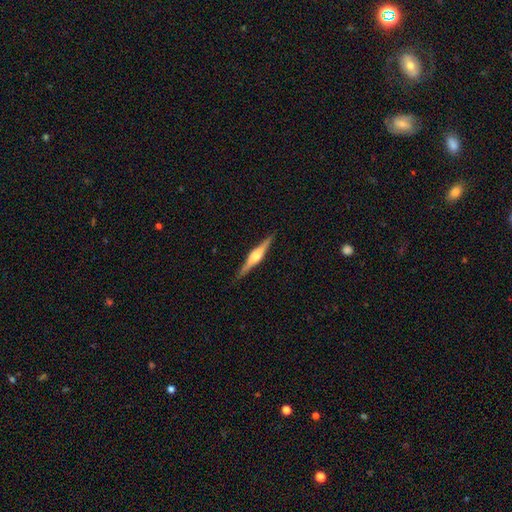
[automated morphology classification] This appears to be a featured or disk galaxy (76%) viewed edge-on (98%) with a rounded central bulge (89%). Merging: none (91%).